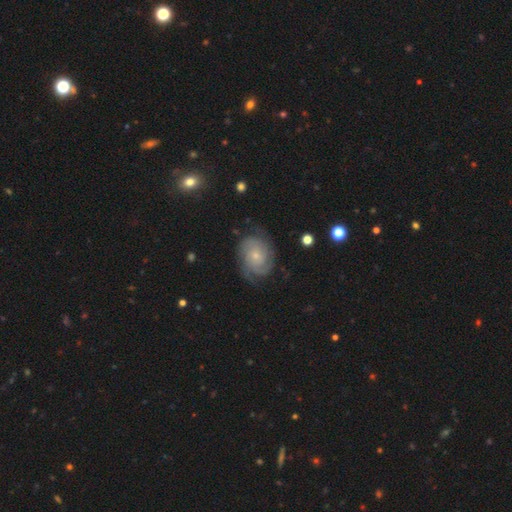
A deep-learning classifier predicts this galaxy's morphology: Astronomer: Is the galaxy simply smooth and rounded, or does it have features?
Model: featured or disk — 78%.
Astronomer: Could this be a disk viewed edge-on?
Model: no — 98%.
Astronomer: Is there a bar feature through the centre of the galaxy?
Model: no — 79%.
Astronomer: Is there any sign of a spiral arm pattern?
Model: yes — 95%.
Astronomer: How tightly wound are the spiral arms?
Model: tight — 63%.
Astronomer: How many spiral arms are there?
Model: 2 — 30% (runner-up: can't tell, 27%).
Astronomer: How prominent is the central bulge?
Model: small — 77%.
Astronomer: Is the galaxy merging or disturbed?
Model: none — 73%.